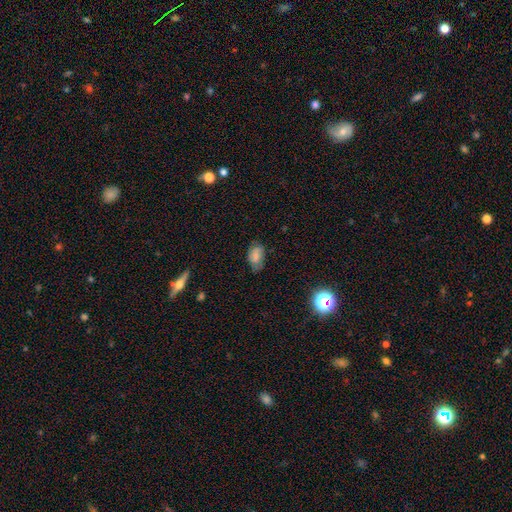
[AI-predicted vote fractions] Q: Smooth or featured?
A: smooth (76%); runner-up: featured or disk (13%)
Q: How rounded?
A: in between (89%); runner-up: round (9%)
Q: Merging?
A: none (65%); runner-up: minor disturbance (27%)